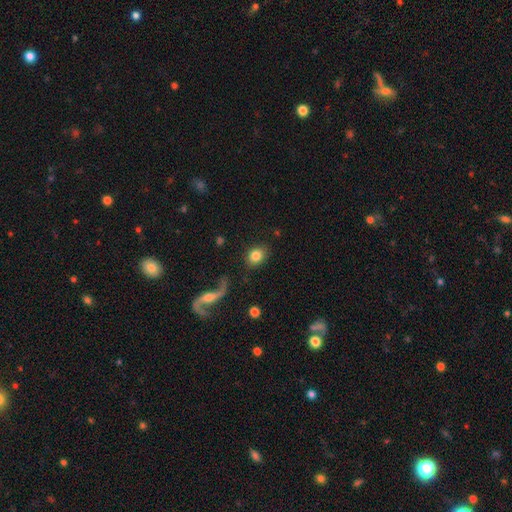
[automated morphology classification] This appears to be a smooth galaxy with no disk features (80%) that is round (58%). Merging: none (82%).